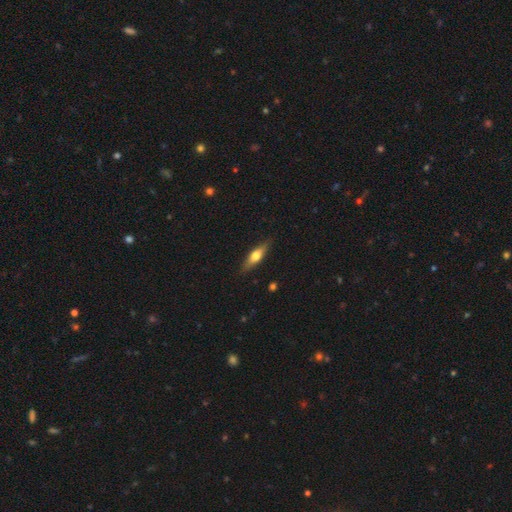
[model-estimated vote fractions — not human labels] A smooth galaxy with no disk features (51%) that is cigar-shaped (59%).

Vote fractions:
- Smooth or featured? smooth: 51% / featured or disk: 42% / star or artifact: 6%
- How rounded? cigar-shaped: 59% / in between: 38% / round: 3%
- Merging? none: 86% / minor disturbance: 11% / major disturbance: 2% / merger: 1%